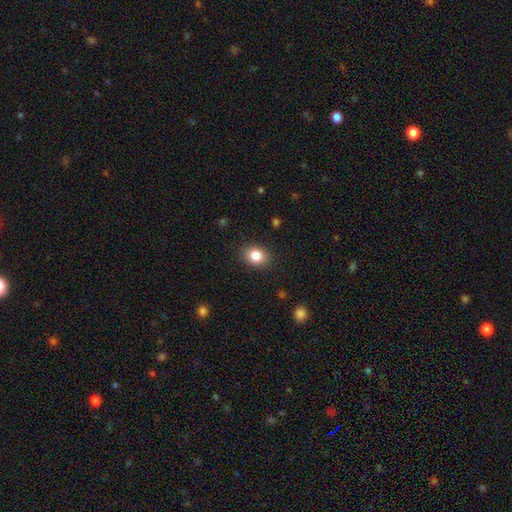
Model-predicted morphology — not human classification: The model was most divided on "how rounded": in between: 55%, round: 44%, cigar-shaped: 1%. More confident: merging — none (87%); smooth or featured — smooth (82%).